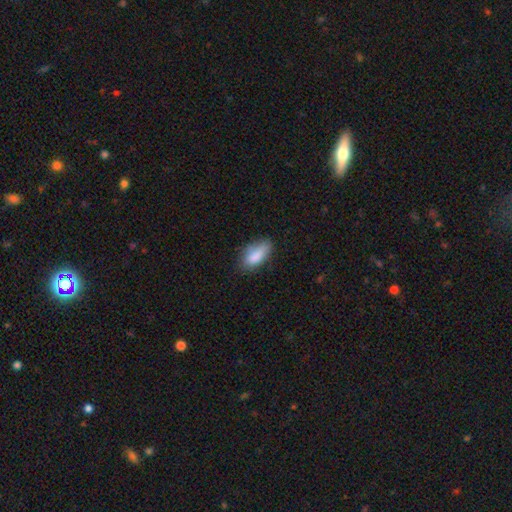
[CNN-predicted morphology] smooth-or-featured: smooth: 85% | featured or disk: 8% | star or artifact: 7%
  how-rounded: in between: 89% | cigar-shaped: 8% | round: 3%
  merging: none: 62% | minor disturbance: 28% | major disturbance: 7% | merger: 2%